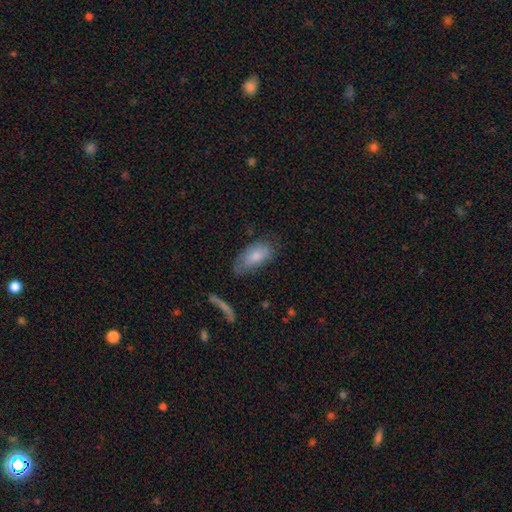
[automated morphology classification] This appears to be a smooth galaxy with no disk features (77%) that is in between round and cigar-shaped (90%). Merging: none (56%).